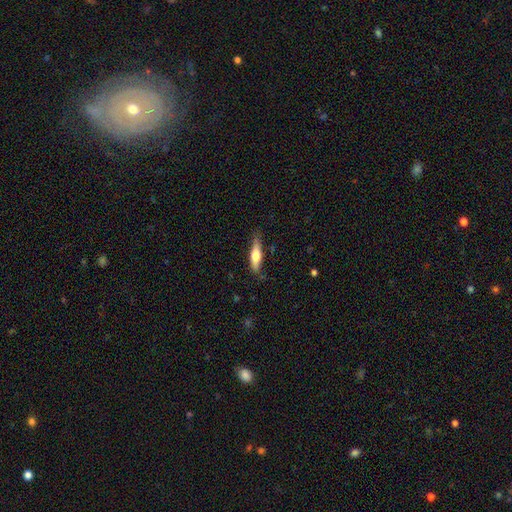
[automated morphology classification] smooth-or-featured: smooth: 60% | featured or disk: 34% | star or artifact: 6%
  how-rounded: cigar-shaped: 64% | in between: 33% | round: 2%
  merging: none: 73% | minor disturbance: 21% | major disturbance: 4% | merger: 2%